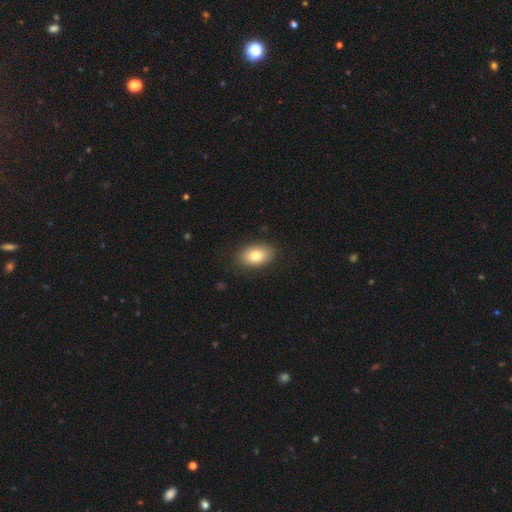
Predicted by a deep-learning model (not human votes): The model was most divided on "smooth or featured": smooth: 80%, featured or disk: 12%, star or artifact: 8%. More confident: how rounded — in between (88%); merging — none (86%).